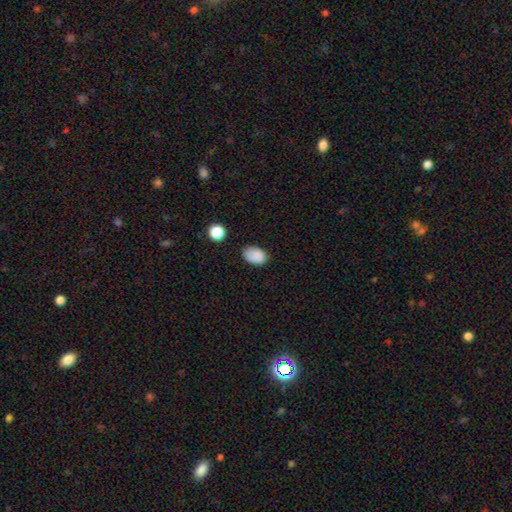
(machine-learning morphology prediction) Overall: smooth (86%). How rounded: in between (83%). Merging: none (75%).